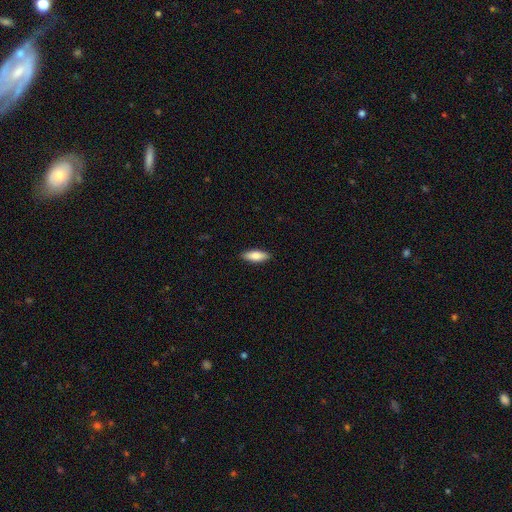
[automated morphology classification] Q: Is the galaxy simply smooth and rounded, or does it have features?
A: smooth — 83%.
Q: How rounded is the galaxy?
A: in between — 66%.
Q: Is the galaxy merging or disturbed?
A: none — 90%.